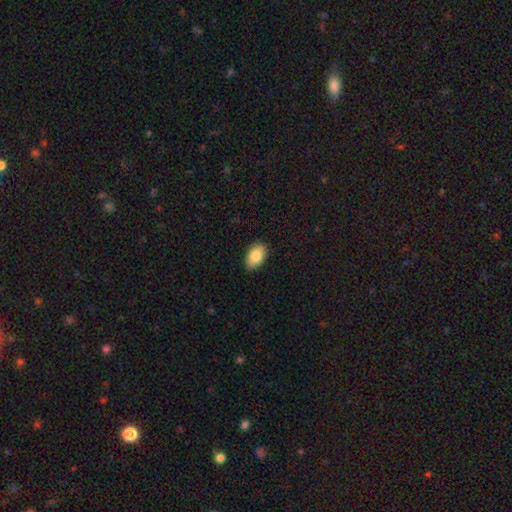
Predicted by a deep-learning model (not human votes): Smooth or featured: smooth — 87% (featured or disk — 7%)
How rounded: in between — 93% (round — 5%)
Merging: none — 87% (minor disturbance — 10%)